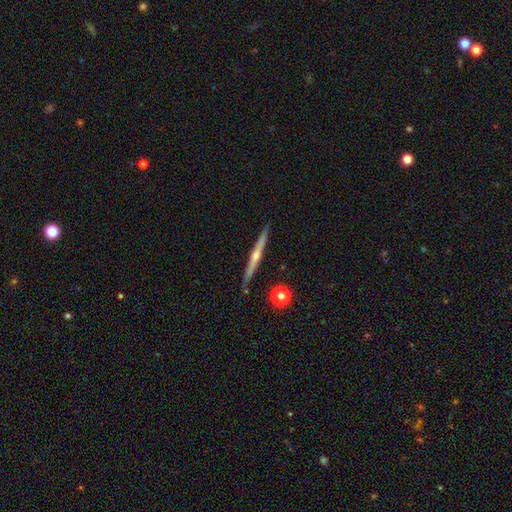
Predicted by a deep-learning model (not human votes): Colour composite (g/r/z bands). It shows a featured or disk galaxy (71%) viewed edge-on (98%) with a rounded central bulge (74%). Merging: none (89%).